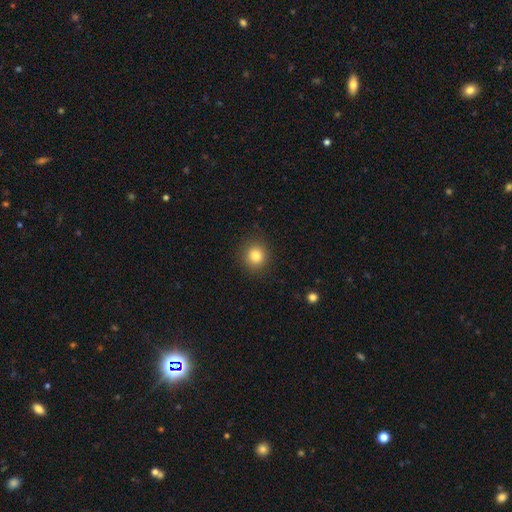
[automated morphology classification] This appears to be a smooth galaxy with no disk features (82%) that is round (89%). Merging: none (91%).